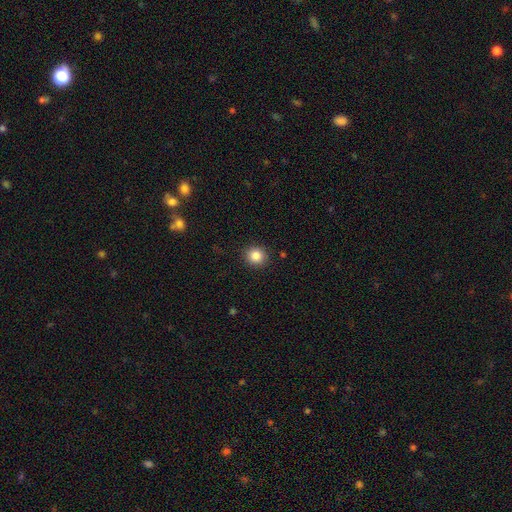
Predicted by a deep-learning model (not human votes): Morphology: type=smooth (86%); roundness=round (90%); merging=none (90%).